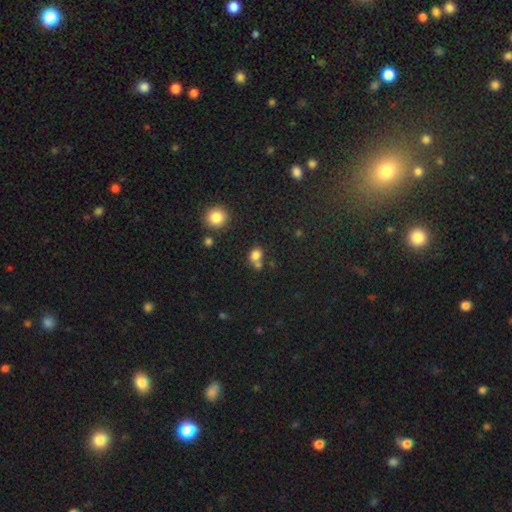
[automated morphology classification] Smooth or featured?
  - smooth: 78% *
  - star or artifact: 14%
  - featured or disk: 8%
How rounded?
  - round: 61% *
  - in between: 38%
  - cigar-shaped: 1%
Merging?
  - none: 46% *
  - merger: 38%
  - minor disturbance: 11%
  - major disturbance: 5%